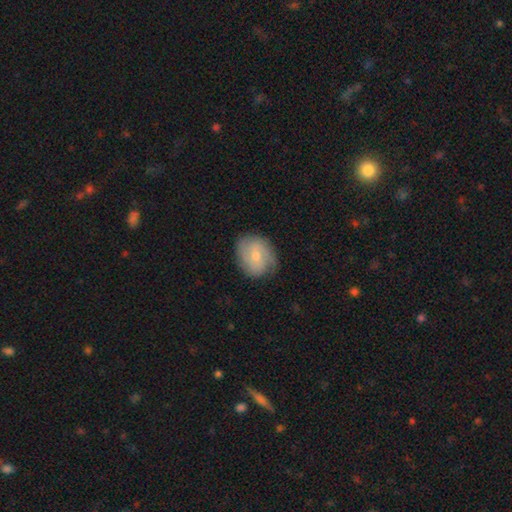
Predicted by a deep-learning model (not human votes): Smooth or featured? featured or disk (53%)
Edge-on disk? no (97%)
Bar? no (55%)
Spiral arms? yes (85%)
Bulge size? small (52%)
Merging? none (75%)